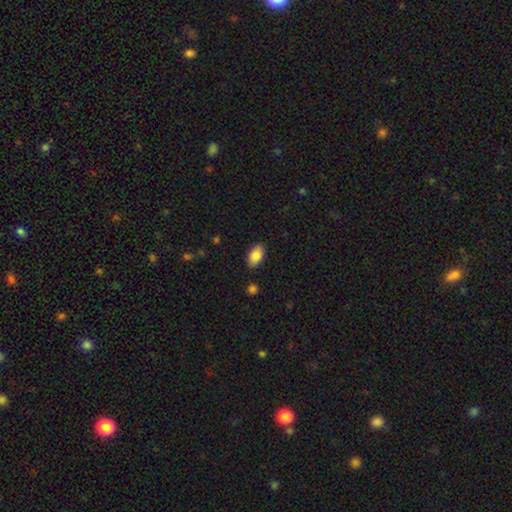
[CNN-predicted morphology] This appears to be a smooth galaxy with no disk features (86%) that is in between round and cigar-shaped (93%). Merging: none (87%).